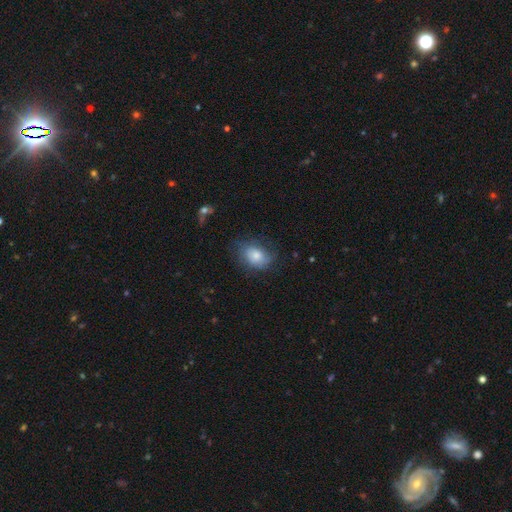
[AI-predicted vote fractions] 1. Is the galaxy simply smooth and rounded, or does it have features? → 72% smooth, 20% featured or disk, 8% star or artifact.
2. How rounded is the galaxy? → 71% in between, 28% round, 1% cigar-shaped.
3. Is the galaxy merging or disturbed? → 63% none, 25% minor disturbance, 11% major disturbance, 1% merger.